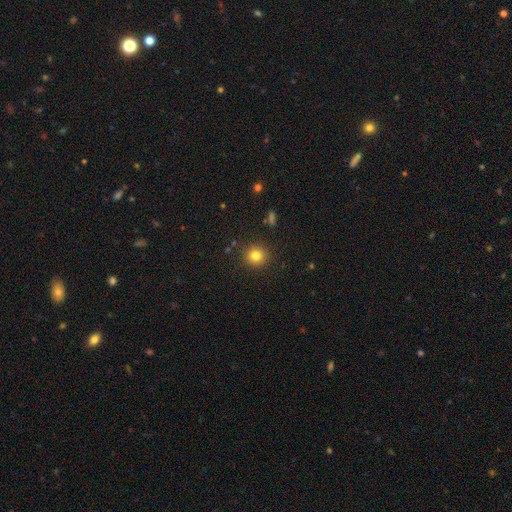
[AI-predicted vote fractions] smooth 81%, star or artifact 13%, featured or disk 7%. Down the decision tree: how rounded — round (92%); merging — none (90%).